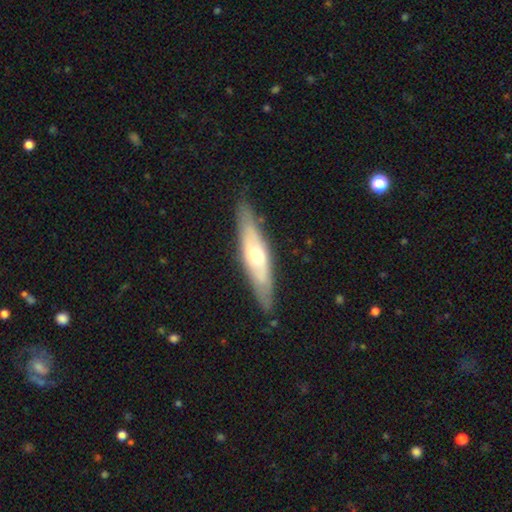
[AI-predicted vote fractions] Morphology: type=featured or disk (56%); edge-on=yes (66%); merging=none (84%).